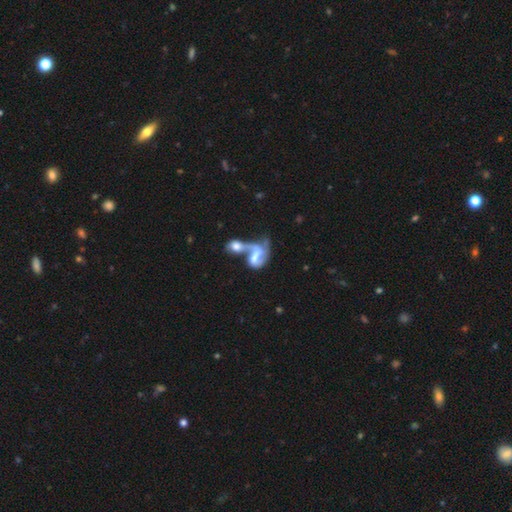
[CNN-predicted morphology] The model was most divided on "bar": weak: 37%, no: 35%, strong: 28%. Remaining: edge-on disk — no (95%); merging — merger (73%); spiral arms — yes (68%); smooth or featured — featured or disk (61%); bulge size — moderate (32%).